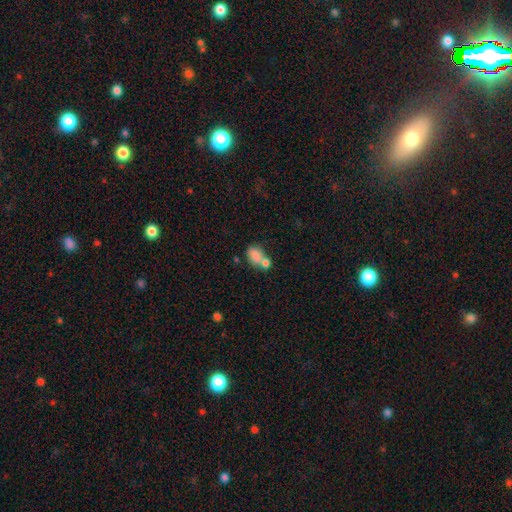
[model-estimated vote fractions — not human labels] Smooth or featured? smooth (80%)
How rounded? in between (75%)
Merging? merger (53%)